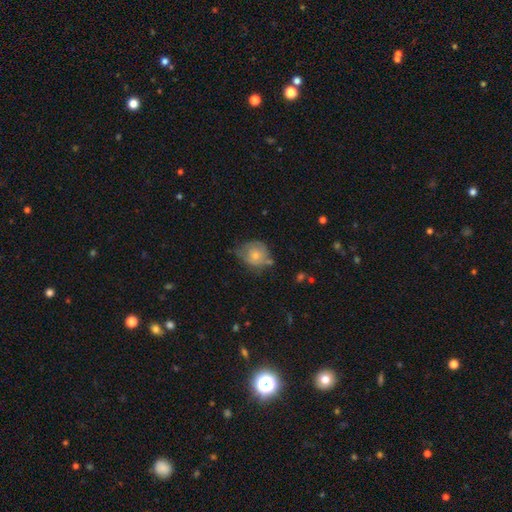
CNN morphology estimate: Q: Smooth or featured?
A: smooth (63%); runner-up: featured or disk (29%)
Q: How rounded?
A: round (75%); runner-up: in between (24%)
Q: Merging?
A: none (45%); runner-up: minor disturbance (37%)